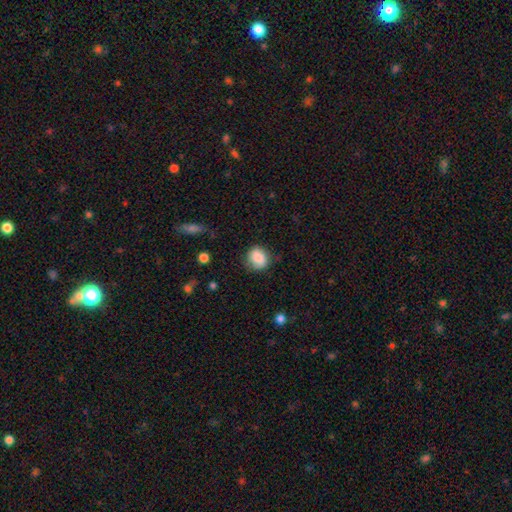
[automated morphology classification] A smooth galaxy with no disk features (82%) that is round (66%).

Vote fractions:
- Smooth or featured? smooth: 82% / featured or disk: 9% / star or artifact: 9%
- How rounded? round: 66% / in between: 33% / cigar-shaped: 1%
- Merging? none: 68% / minor disturbance: 23% / major disturbance: 7% / merger: 2%